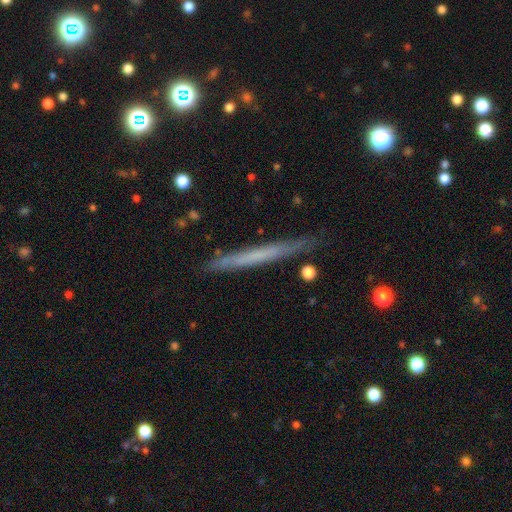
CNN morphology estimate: smooth_or_featured: smooth (p=0.49) [alt: featured or disk p=0.44]
merging: none (p=0.86) [alt: minor disturbance p=0.10]